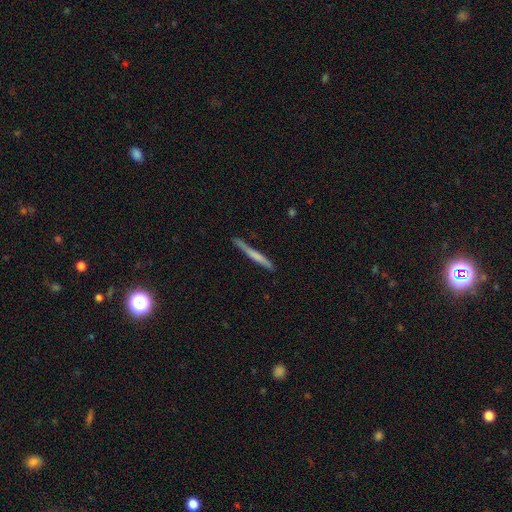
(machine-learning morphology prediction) A smooth galaxy with no disk features (57%) that is cigar-shaped (97%).

Vote fractions:
- Smooth or featured? smooth: 57% / featured or disk: 38% / star or artifact: 5%
- How rounded? cigar-shaped: 97% / in between: 2% / round: 1%
- Merging? none: 83% / minor disturbance: 13% / major disturbance: 2% / merger: 2%